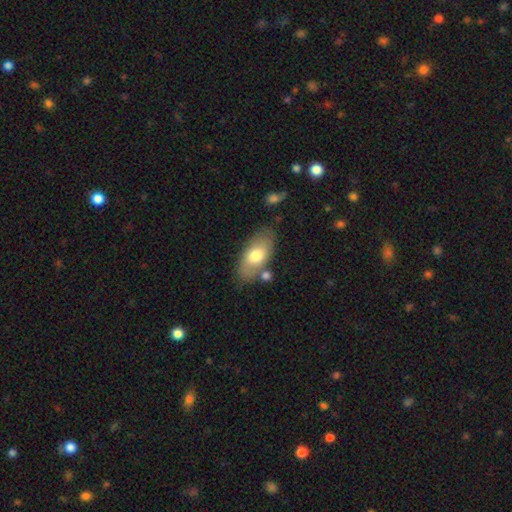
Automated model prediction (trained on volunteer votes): This appears to be a smooth galaxy with no disk features (70%) that is in between round and cigar-shaped (91%). Merging: none (70%).